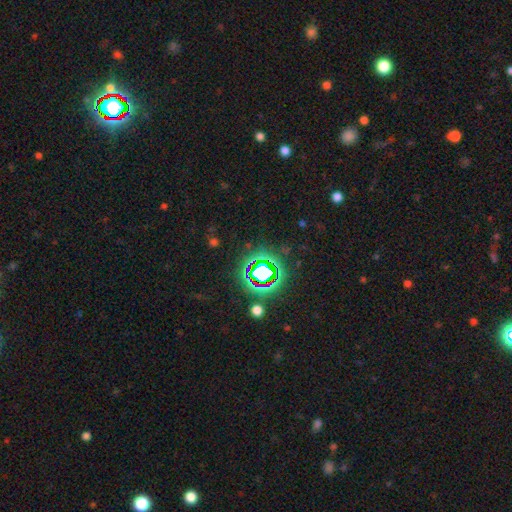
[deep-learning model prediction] Smooth or featured? Predicted: star or artifact (p=0.82).